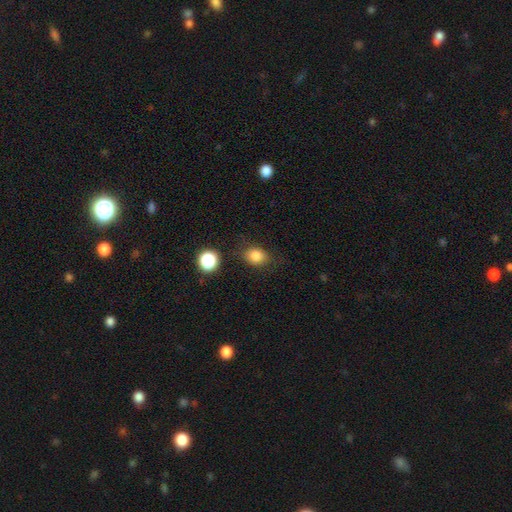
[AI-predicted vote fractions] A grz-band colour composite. It shows a smooth galaxy with no disk features (83%) that is in between round and cigar-shaped (52%). Merging: none (77%).